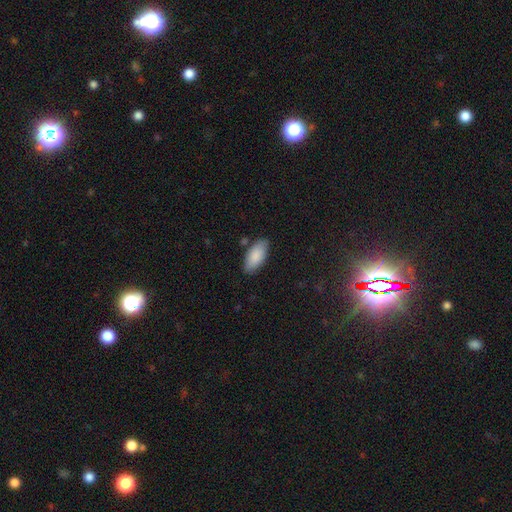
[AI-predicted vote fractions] A smooth galaxy with no disk features (86%) that is in between round and cigar-shaped (90%).

Vote fractions:
- Smooth or featured? smooth: 86% / featured or disk: 8% / star or artifact: 6%
- How rounded? in between: 90% / cigar-shaped: 8% / round: 2%
- Merging? none: 79% / minor disturbance: 15% / merger: 3% / major disturbance: 3%